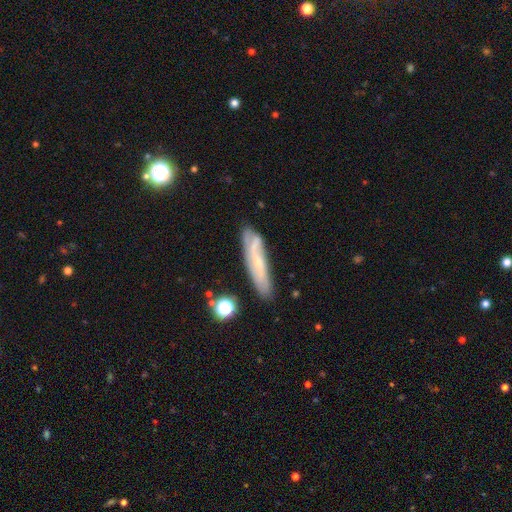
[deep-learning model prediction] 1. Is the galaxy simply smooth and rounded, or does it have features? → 52% featured or disk, 37% smooth, 11% star or artifact.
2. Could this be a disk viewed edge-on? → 54% yes, 46% no.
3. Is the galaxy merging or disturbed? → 76% none, 16% minor disturbance, 4% merger, 4% major disturbance.